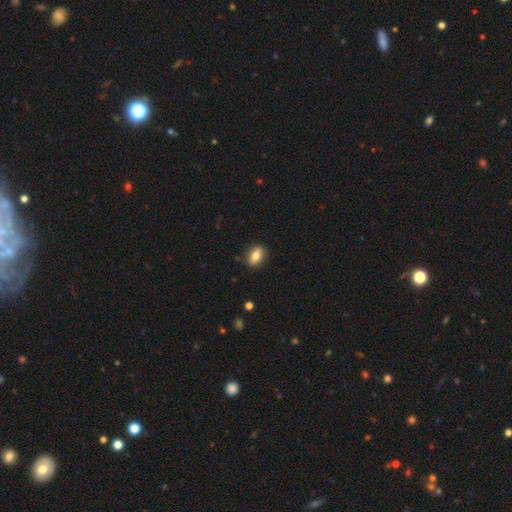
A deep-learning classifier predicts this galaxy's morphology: Smooth or featured? smooth (80%)
How rounded? in between (81%)
Merging? none (86%)